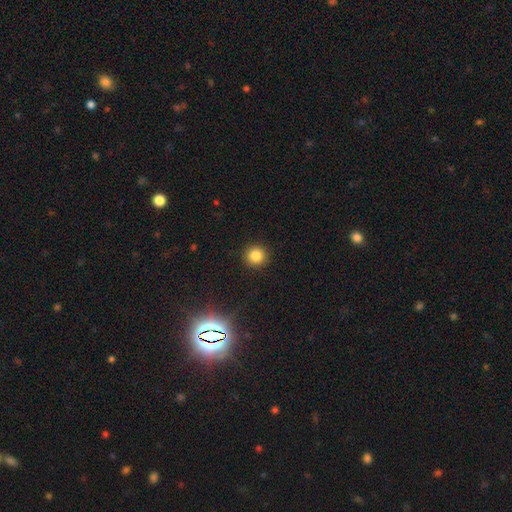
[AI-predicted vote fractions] Morphology: type=smooth (83%); roundness=round (93%); merging=none (92%).